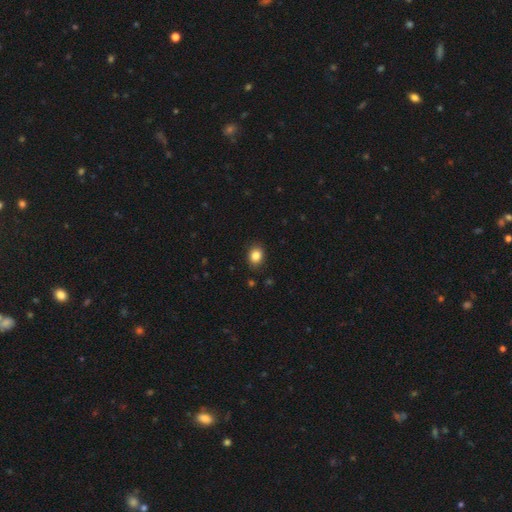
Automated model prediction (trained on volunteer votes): A smooth galaxy with no disk features (85%) that is in between round and cigar-shaped (51%).

Vote fractions:
- Smooth or featured? smooth: 85% / star or artifact: 10% / featured or disk: 5%
- How rounded? in between: 51% / round: 49% / cigar-shaped: 1%
- Merging? none: 87% / minor disturbance: 10% / major disturbance: 2% / merger: 1%